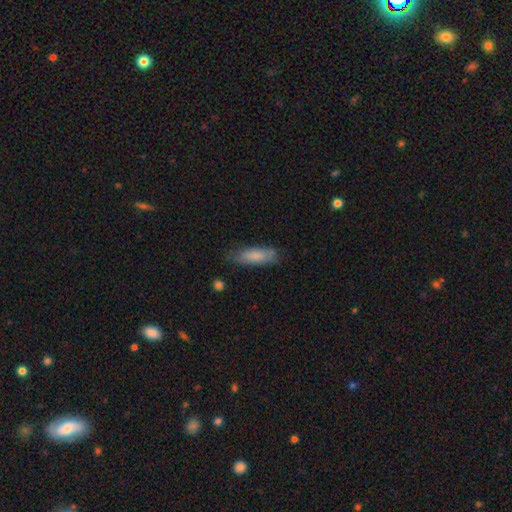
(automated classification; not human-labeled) A smooth galaxy with no disk features (81%) that is in between round and cigar-shaped (53%). Merging: none (71%).